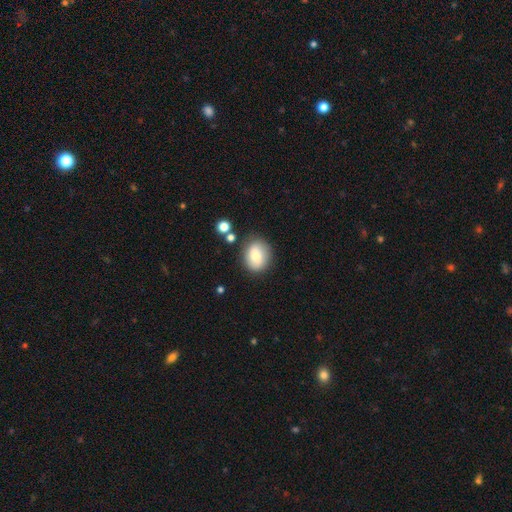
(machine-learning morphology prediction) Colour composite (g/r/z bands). It shows a smooth galaxy with no disk features (74%) that is round (56%). Merging: none (80%).